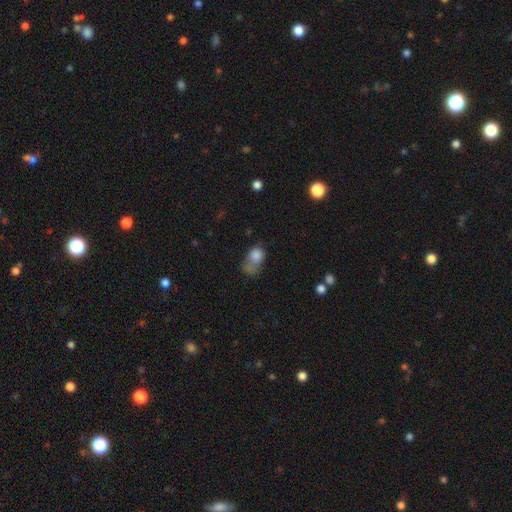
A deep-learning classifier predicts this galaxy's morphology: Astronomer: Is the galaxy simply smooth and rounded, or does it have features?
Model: smooth — 79%.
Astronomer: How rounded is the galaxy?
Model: in between — 53% (runner-up: round, 46%).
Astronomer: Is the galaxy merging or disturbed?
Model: merger — 37% (runner-up: none, 25%).